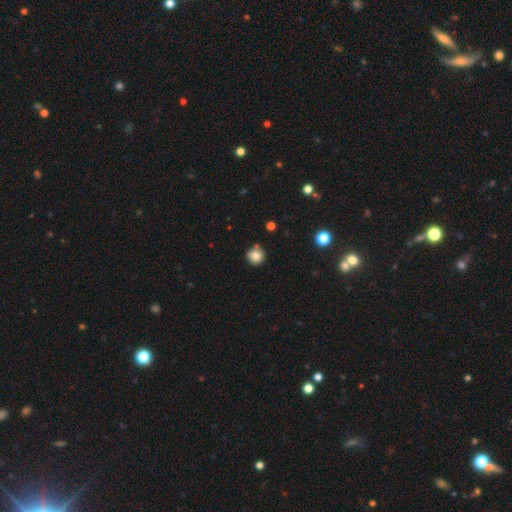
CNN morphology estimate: Overall: smooth (81%). How rounded: round (92%). Merging: none (77%).